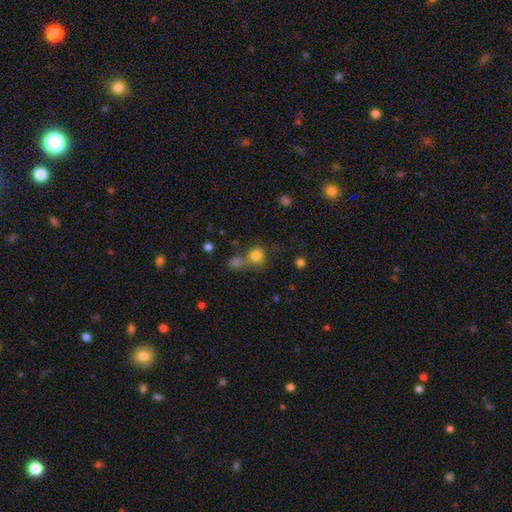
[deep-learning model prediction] This is likely a smooth galaxy (79%). How rounded: clearly round (82%). Merging: marginally none (41%).